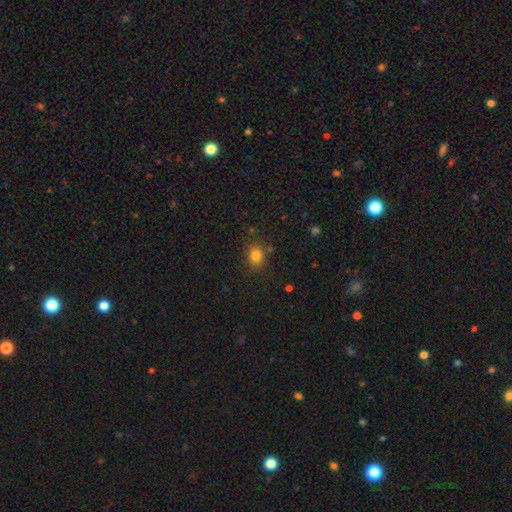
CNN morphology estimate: Smooth or featured? smooth (81%)
How rounded? round (70%)
Merging? none (83%)